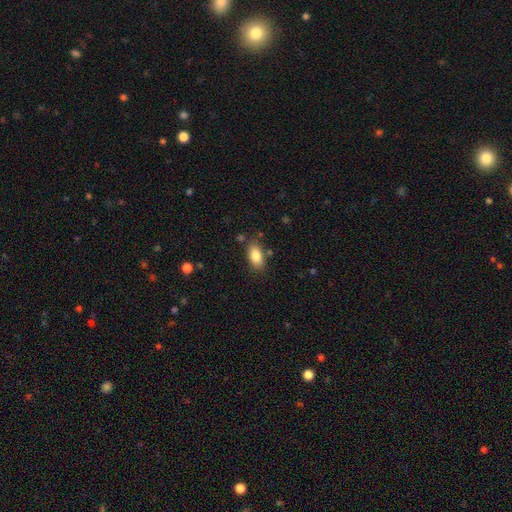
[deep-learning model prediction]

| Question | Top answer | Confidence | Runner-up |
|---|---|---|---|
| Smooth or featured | smooth | 85% | featured or disk (8%) |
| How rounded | in between | 91% | round (6%) |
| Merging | none | 80% | minor disturbance (13%) |